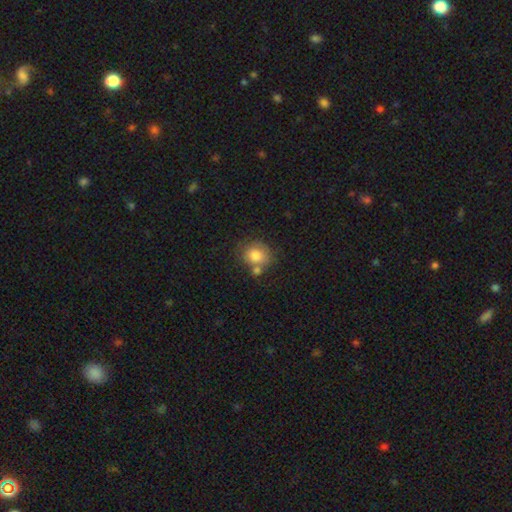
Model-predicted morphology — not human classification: This is likely a smooth galaxy (79%). How rounded: likely round (77%). Merging: possibly none (54%).